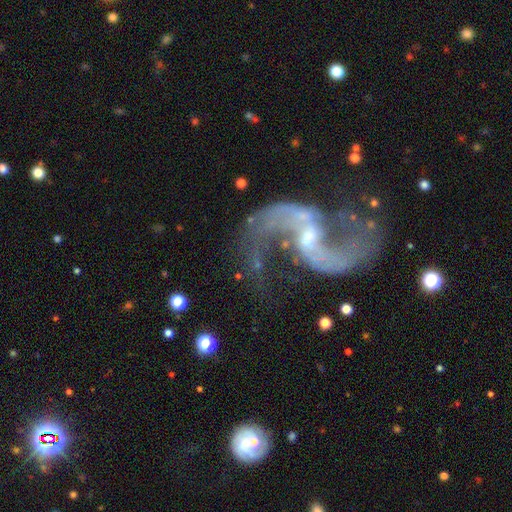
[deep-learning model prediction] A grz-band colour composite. It shows a featured or disk galaxy (92%) with a weak bar (48%), 2 (94%) loose (77%) spiral arms (97%) and a small central bulge (60%). Merging: none (69%).